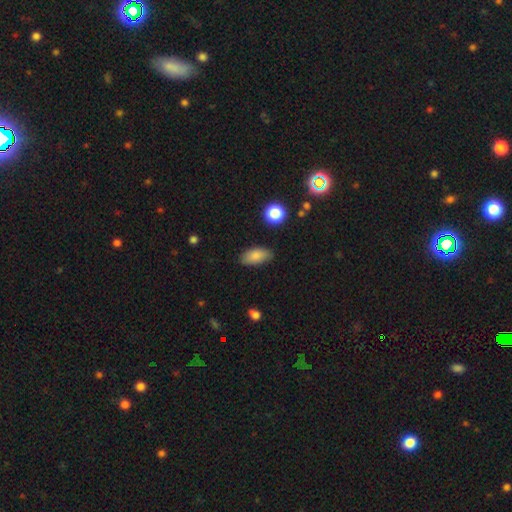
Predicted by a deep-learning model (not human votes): Q: Smooth or featured?
A: smooth (84%); runner-up: star or artifact (8%)
Q: How rounded?
A: in between (90%); runner-up: cigar-shaped (6%)
Q: Merging?
A: none (81%); runner-up: minor disturbance (14%)